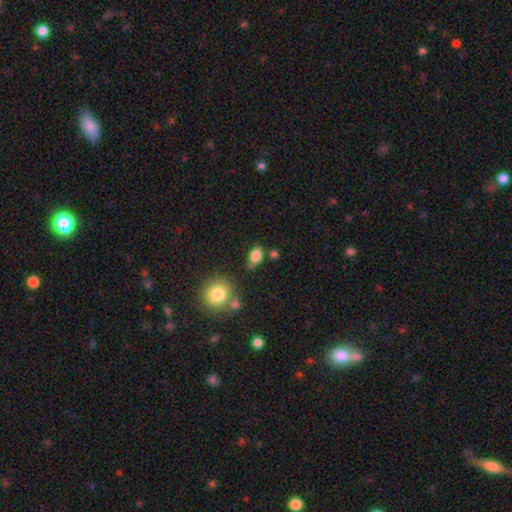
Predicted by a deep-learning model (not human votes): Smooth or featured? Predicted: smooth (p=0.84). How rounded? Predicted: in between (p=0.84). Merging? Predicted: none (p=0.67).